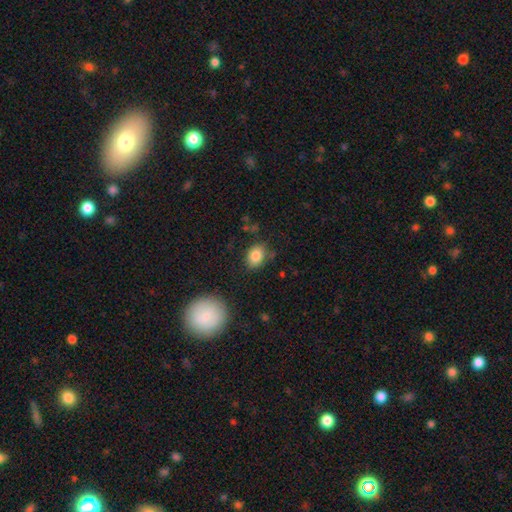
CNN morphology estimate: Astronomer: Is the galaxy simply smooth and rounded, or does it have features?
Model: smooth — 83%.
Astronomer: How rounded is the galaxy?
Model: in between — 66%.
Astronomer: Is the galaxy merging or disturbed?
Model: none — 77%.